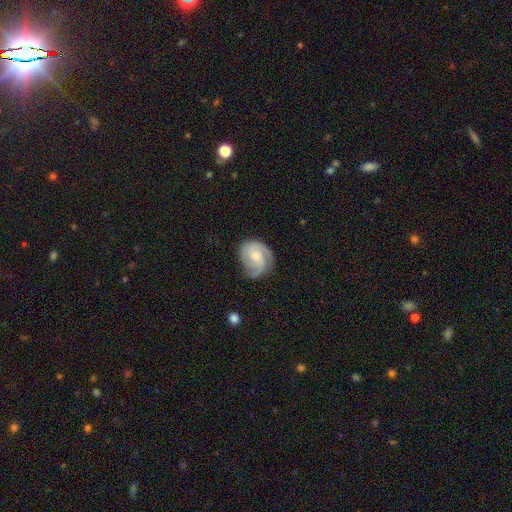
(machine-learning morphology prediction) The model was most divided on "bulge size": small: 48%, moderate: 47%, large: 2%, none: 2%, dominant: 1%. Remaining: edge-on disk — no (98%); spiral arms — yes (92%); smooth or featured — featured or disk (70%); bar — no (59%); merging — none (59%); spiral arm count — 2 (46%); spiral winding — medium (43%).